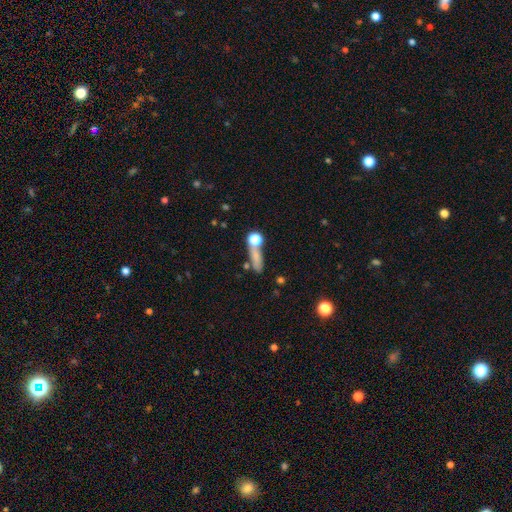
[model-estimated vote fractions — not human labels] Smooth or featured? Predicted: smooth (p=0.68). How rounded? Predicted: cigar-shaped (p=0.55). Merging? Predicted: none (p=0.54).